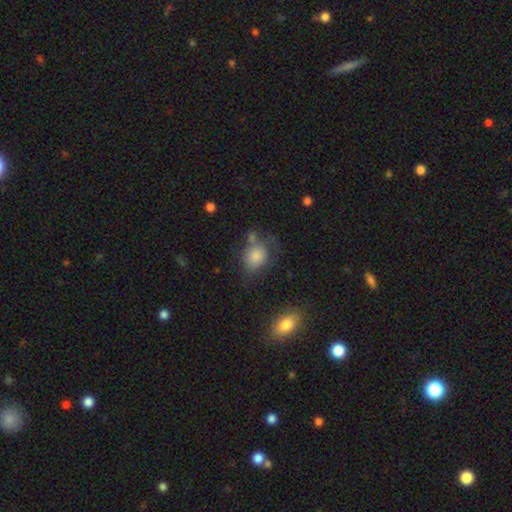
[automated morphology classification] This is likely a smooth galaxy (79%). How rounded: possibly round (55%). Merging: possibly none (52%).